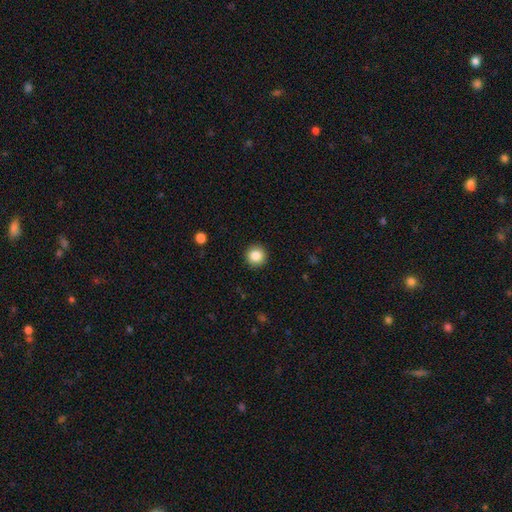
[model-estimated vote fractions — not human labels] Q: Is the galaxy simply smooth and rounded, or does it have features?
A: smooth — 85%.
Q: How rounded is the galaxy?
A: round — 95%.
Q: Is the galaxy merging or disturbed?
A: none — 92%.